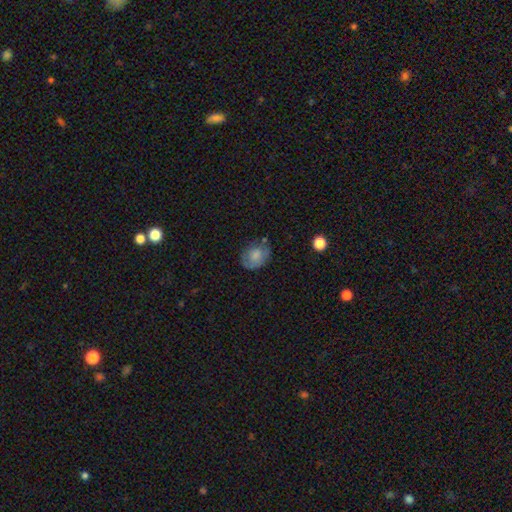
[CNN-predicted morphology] This is likely a smooth galaxy (70%). How rounded: possibly in between (51%). Merging: likely none (60%).